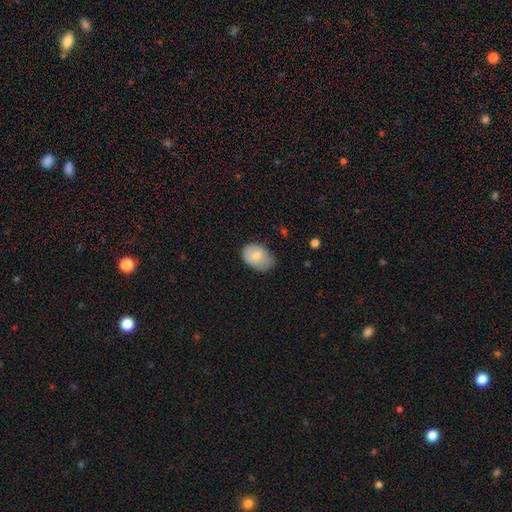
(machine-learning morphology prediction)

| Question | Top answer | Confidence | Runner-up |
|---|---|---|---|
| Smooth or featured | smooth | 77% | featured or disk (16%) |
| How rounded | in between | 80% | round (19%) |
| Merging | none | 58% | minor disturbance (34%) |